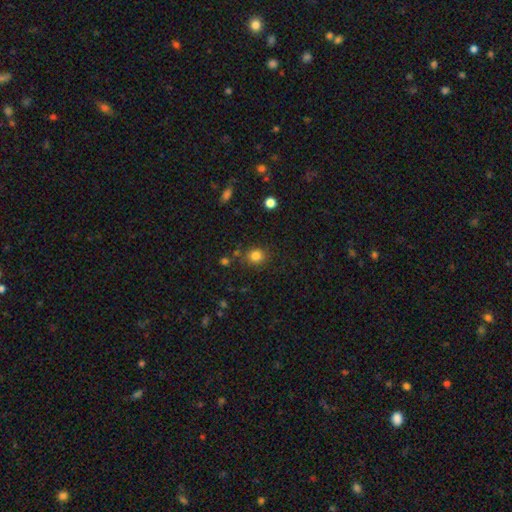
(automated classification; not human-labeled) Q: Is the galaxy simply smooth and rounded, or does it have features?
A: smooth — 82%.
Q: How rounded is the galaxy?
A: round — 80%.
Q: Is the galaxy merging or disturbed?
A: none — 80%.